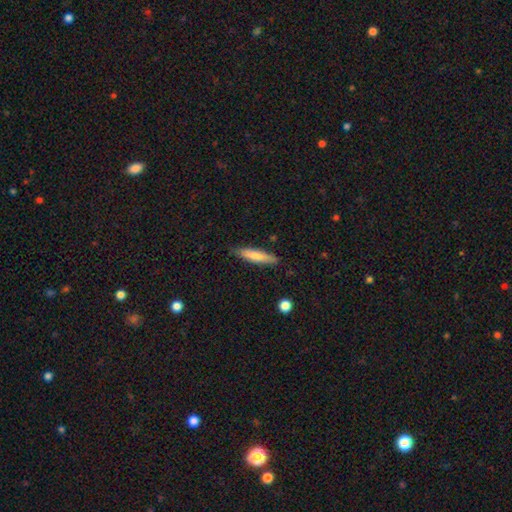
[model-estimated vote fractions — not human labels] Q: Smooth or featured?
A: smooth (72%); runner-up: featured or disk (22%)
Q: How rounded?
A: cigar-shaped (81%); runner-up: in between (17%)
Q: Merging?
A: none (83%); runner-up: minor disturbance (13%)